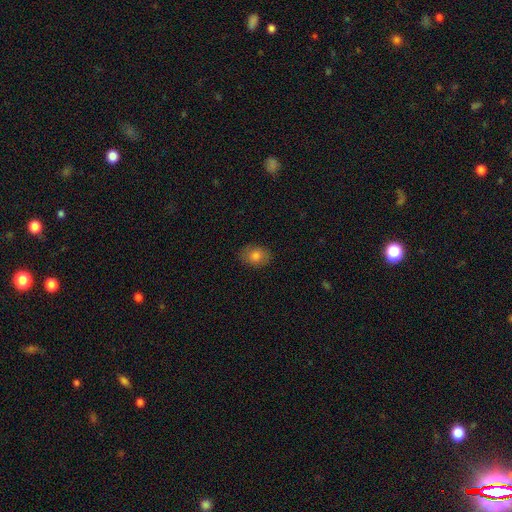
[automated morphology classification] Smooth or featured? Predicted: smooth (p=0.80). How rounded? Predicted: in between (p=0.68). Merging? Predicted: none (p=0.85).